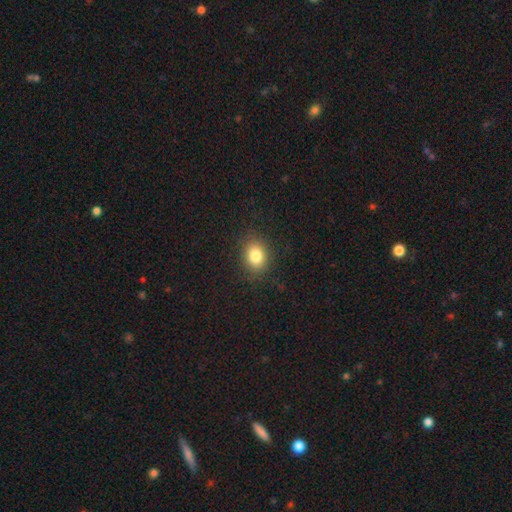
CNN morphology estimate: smooth_or_featured: smooth (p=0.82) [alt: star or artifact p=0.11]
how_rounded: round (p=0.51) [alt: in between p=0.48]
merging: none (p=0.87) [alt: minor disturbance p=0.09]